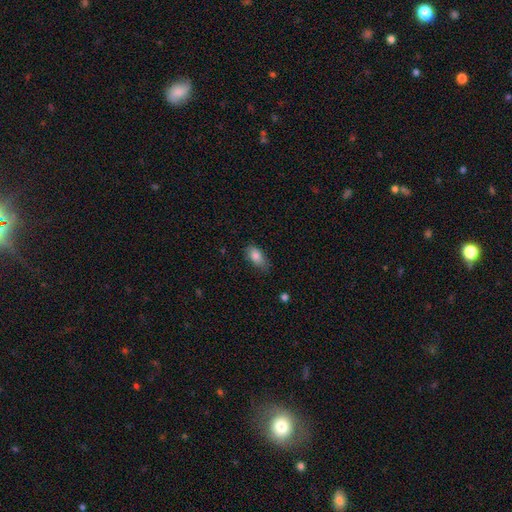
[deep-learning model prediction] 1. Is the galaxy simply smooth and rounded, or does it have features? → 84% smooth, 8% featured or disk, 8% star or artifact.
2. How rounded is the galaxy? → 88% in between, 7% cigar-shaped, 5% round.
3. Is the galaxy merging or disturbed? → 67% none, 26% minor disturbance, 5% major disturbance, 1% merger.